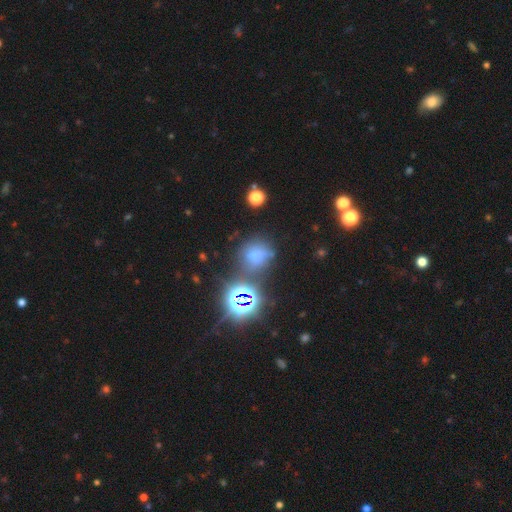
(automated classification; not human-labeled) Overall: smooth (54%; star or artifact 33%). How rounded: round (75%). Merging: none (53%; minor disturbance 19%).